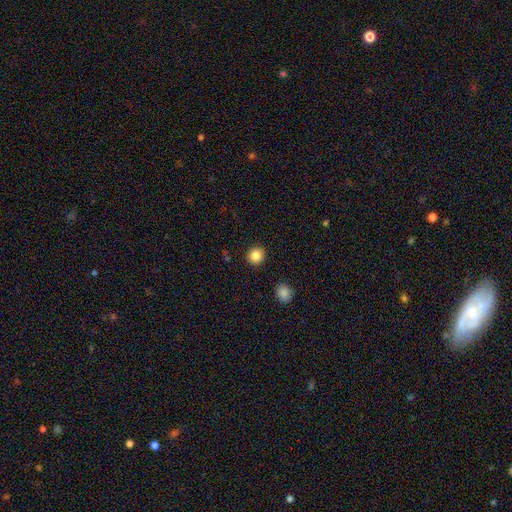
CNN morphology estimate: This appears to be a smooth galaxy with no disk features (85%) that is round (89%). Merging: none (91%).